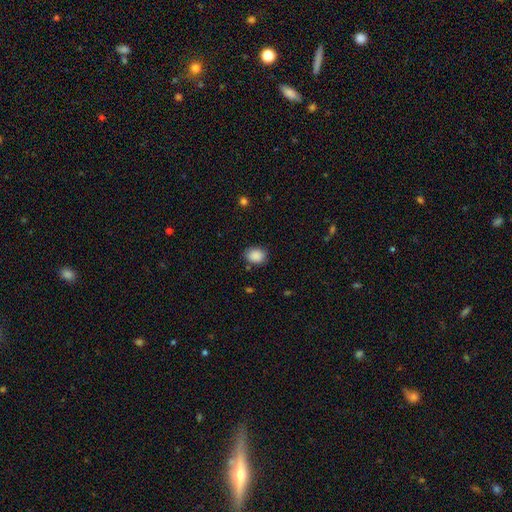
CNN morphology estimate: Smooth or featured: smooth — 89% (star or artifact — 8%)
How rounded: in between — 57% (round — 42%)
Merging: none — 80% (minor disturbance — 14%)